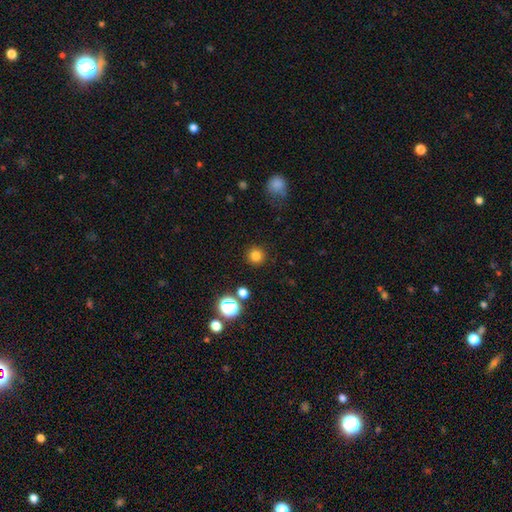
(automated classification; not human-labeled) This appears to be a smooth galaxy with no disk features (80%) that is round (95%). Merging: none (90%).